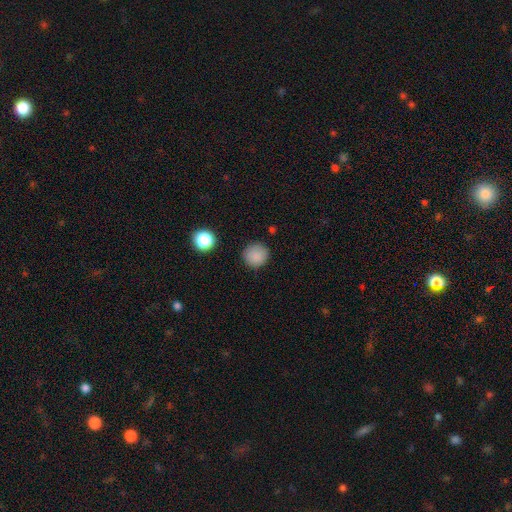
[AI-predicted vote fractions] Smooth or featured? Predicted: smooth (p=0.86). How rounded? Predicted: round (p=0.93). Merging? Predicted: none (p=0.88).